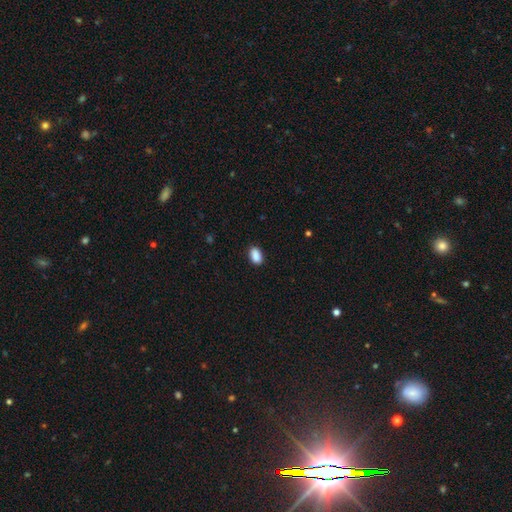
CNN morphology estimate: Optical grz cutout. It shows a smooth galaxy with no disk features (89%) that is in between round and cigar-shaped (90%). Merging: none (86%).